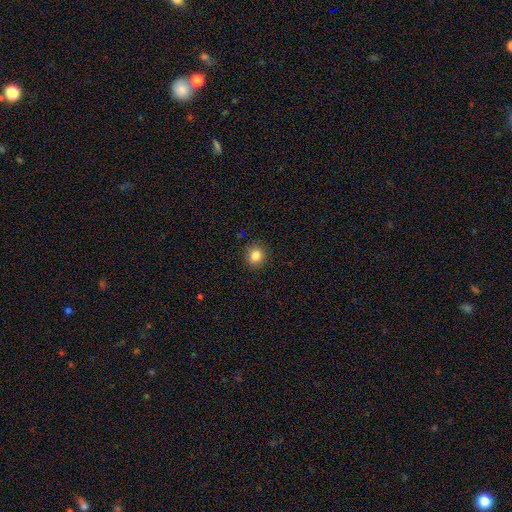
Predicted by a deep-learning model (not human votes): Q: Smooth or featured?
A: smooth (84%); runner-up: star or artifact (11%)
Q: How rounded?
A: round (84%); runner-up: in between (15%)
Q: Merging?
A: none (90%); runner-up: minor disturbance (7%)